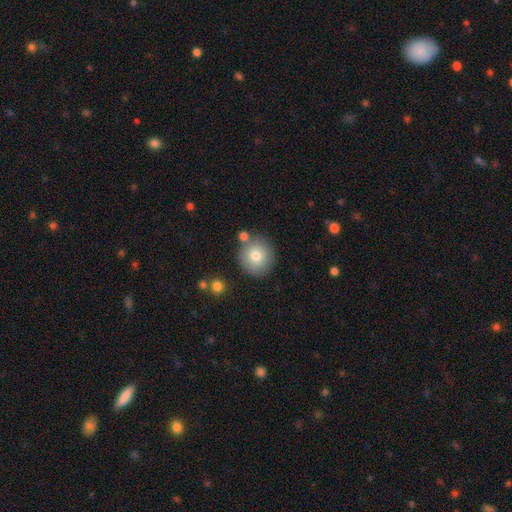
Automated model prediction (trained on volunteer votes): Smooth or featured?
  - smooth: 78% *
  - featured or disk: 13%
  - star or artifact: 10%
How rounded?
  - round: 94% *
  - in between: 5%
  - cigar-shaped: 1%
Merging?
  - none: 80% *
  - minor disturbance: 9%
  - merger: 8%
  - major disturbance: 3%